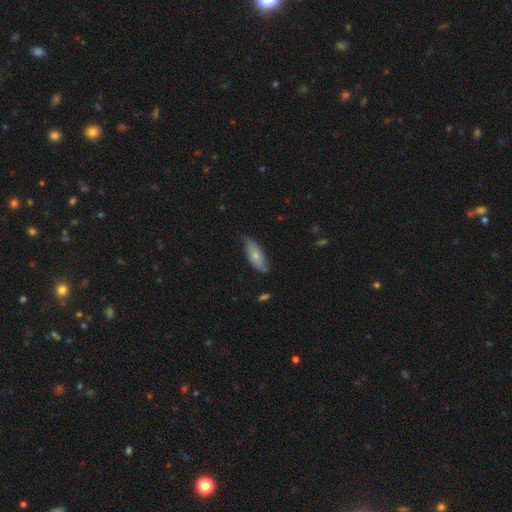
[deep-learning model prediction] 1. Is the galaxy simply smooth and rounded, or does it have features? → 64% smooth, 30% featured or disk, 6% star or artifact.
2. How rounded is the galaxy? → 75% in between, 23% cigar-shaped, 2% round.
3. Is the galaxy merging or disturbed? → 67% none, 27% minor disturbance, 4% major disturbance, 1% merger.